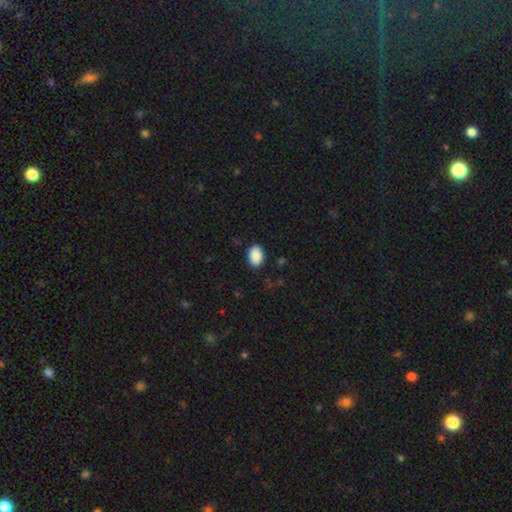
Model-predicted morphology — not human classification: Smooth or featured: smooth — 90% (star or artifact — 7%)
How rounded: in between — 86% (round — 13%)
Merging: none — 87% (minor disturbance — 10%)